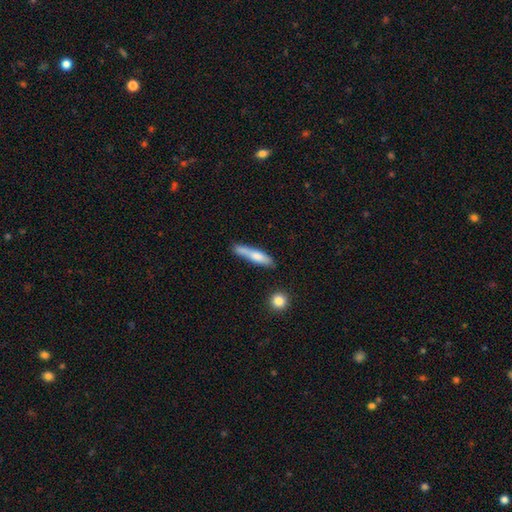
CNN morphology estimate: Overall: smooth (70%). How rounded: cigar-shaped (84%). Merging: none (66%).